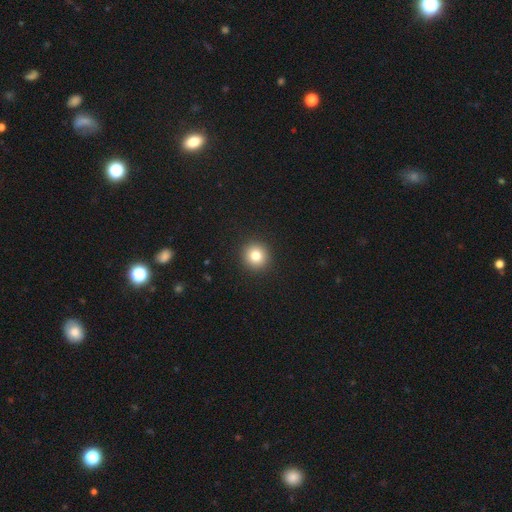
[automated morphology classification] The model was most divided on "smooth or featured": smooth: 81%, star or artifact: 11%, featured or disk: 8%. More confident: how rounded — round (94%); merging — none (93%).